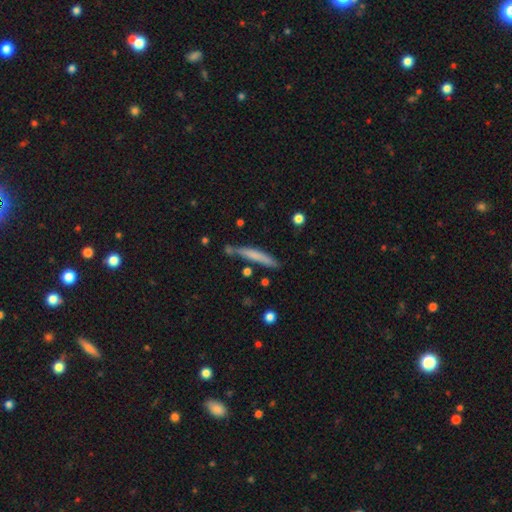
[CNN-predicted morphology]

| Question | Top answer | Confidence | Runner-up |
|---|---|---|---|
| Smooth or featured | smooth | 66% | featured or disk (27%) |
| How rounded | cigar-shaped | 94% | in between (5%) |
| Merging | none | 73% | minor disturbance (17%) |